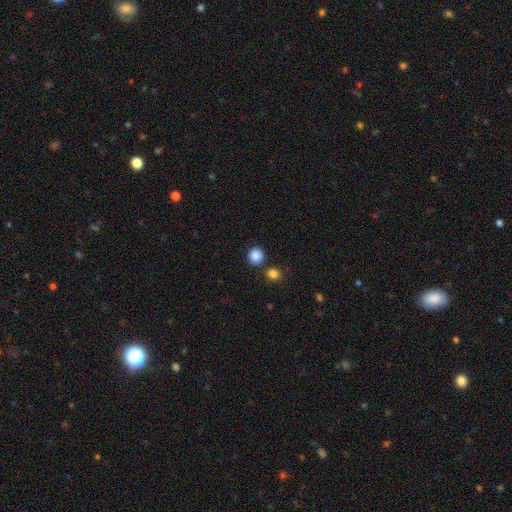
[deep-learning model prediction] A smooth galaxy with no disk features (87%) that is round (90%).

Vote fractions:
- Smooth or featured? smooth: 87% / star or artifact: 10% / featured or disk: 3%
- How rounded? round: 90% / in between: 9% / cigar-shaped: 1%
- Merging? none: 80% / merger: 9% / minor disturbance: 8% / major disturbance: 3%